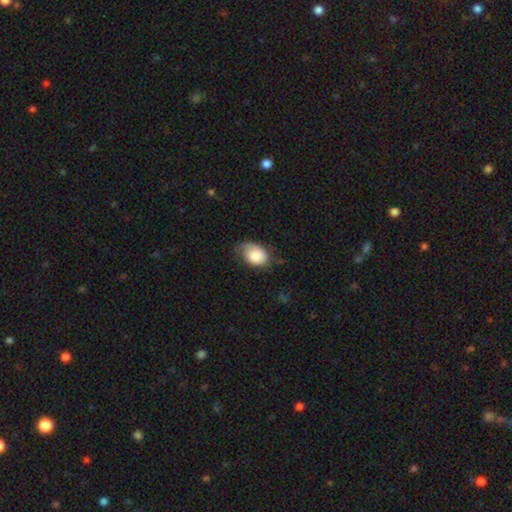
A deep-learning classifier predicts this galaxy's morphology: A smooth galaxy with no disk features (73%) that is in between round and cigar-shaped (74%).

Vote fractions:
- Smooth or featured? smooth: 73% / featured or disk: 20% / star or artifact: 7%
- How rounded? in between: 74% / round: 25% / cigar-shaped: 1%
- Merging? none: 42% / minor disturbance: 37% / major disturbance: 19% / merger: 2%